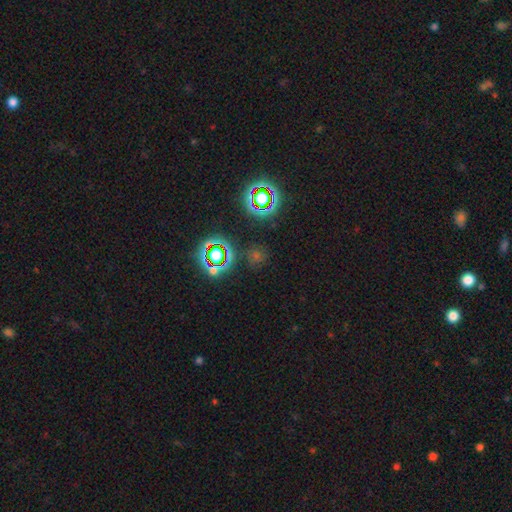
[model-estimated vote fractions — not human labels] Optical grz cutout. It shows a star or artifact, not a galaxy (63%).